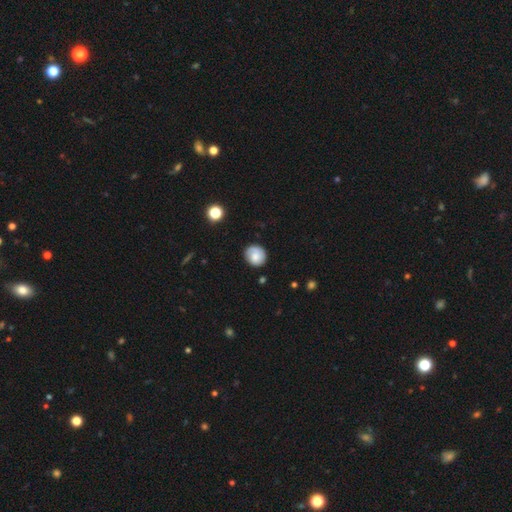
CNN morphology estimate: The model was most divided on "smooth or featured": smooth: 69%, featured or disk: 24%, star or artifact: 8%. More confident: how rounded — round (81%); merging — none (77%).